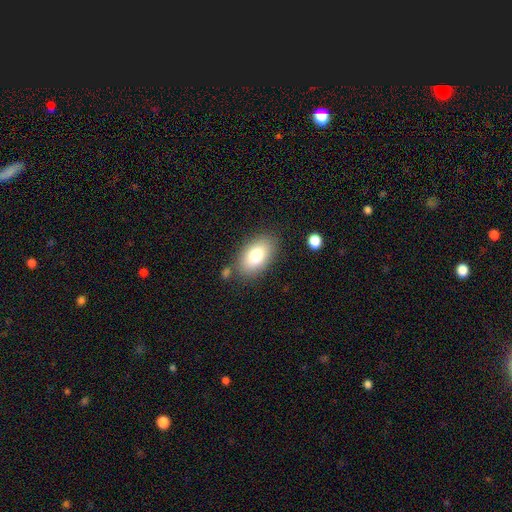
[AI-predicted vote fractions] smooth_or_featured: smooth (p=0.78) [alt: featured or disk p=0.14]
how_rounded: in between (p=0.92) [alt: round p=0.06]
merging: none (p=0.81) [alt: minor disturbance p=0.12]